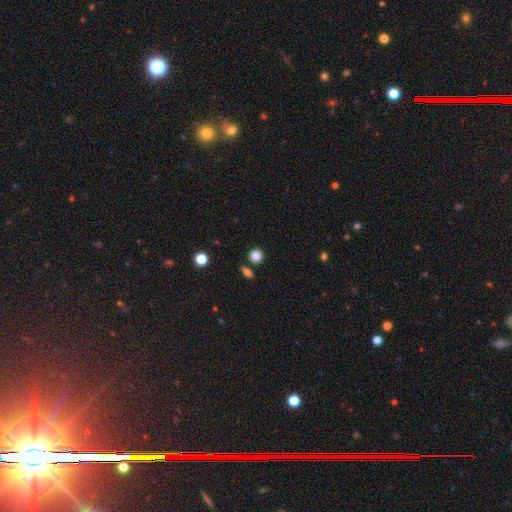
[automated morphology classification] A smooth galaxy with no disk features (84%) that is round (89%).

Vote fractions:
- Smooth or featured? smooth: 84% / star or artifact: 11% / featured or disk: 5%
- How rounded? round: 89% / in between: 10% / cigar-shaped: 1%
- Merging? none: 83% / minor disturbance: 8% / merger: 7% / major disturbance: 2%